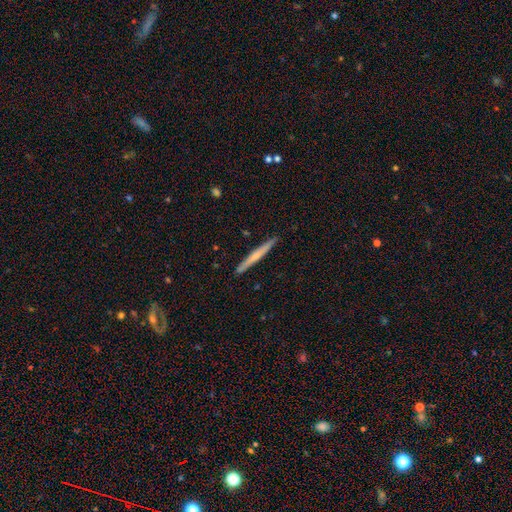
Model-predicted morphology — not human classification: Smooth or featured?
  - featured or disk: 49% *
  - smooth: 46%
  - star or artifact: 6%
Merging?
  - none: 91% *
  - minor disturbance: 6%
  - major disturbance: 1%
  - merger: 1%